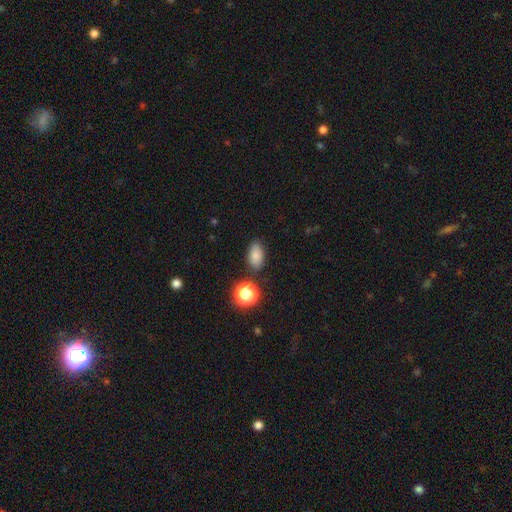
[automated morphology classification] smooth 81%, star or artifact 12%, featured or disk 6%. Down the decision tree: how rounded — in between (86%); merging — none (79%).